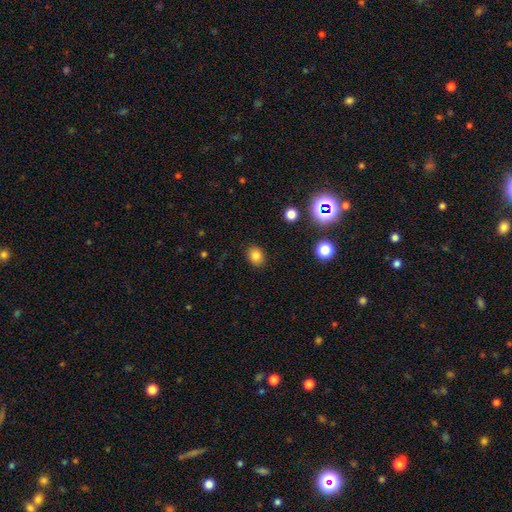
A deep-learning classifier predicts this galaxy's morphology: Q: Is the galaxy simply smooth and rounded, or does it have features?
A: smooth — 81%.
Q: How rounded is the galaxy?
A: round — 54%.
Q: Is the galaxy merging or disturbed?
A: none — 88%.